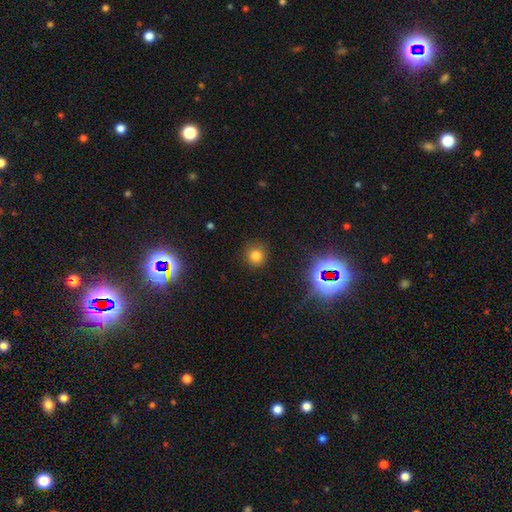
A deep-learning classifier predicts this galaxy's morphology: Q: Smooth or featured?
A: smooth (75%); runner-up: star or artifact (18%)
Q: How rounded?
A: round (90%); runner-up: in between (9%)
Q: Merging?
A: none (86%); runner-up: minor disturbance (9%)